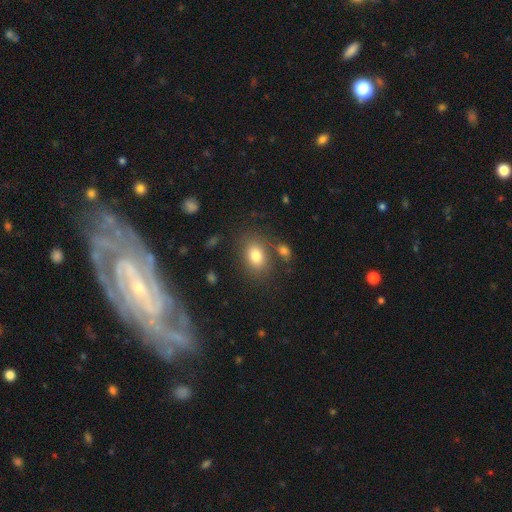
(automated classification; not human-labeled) The model was most divided on "how rounded": in between: 76%, round: 23%, cigar-shaped: 1%. More confident: smooth or featured — smooth (80%); merging — none (74%).